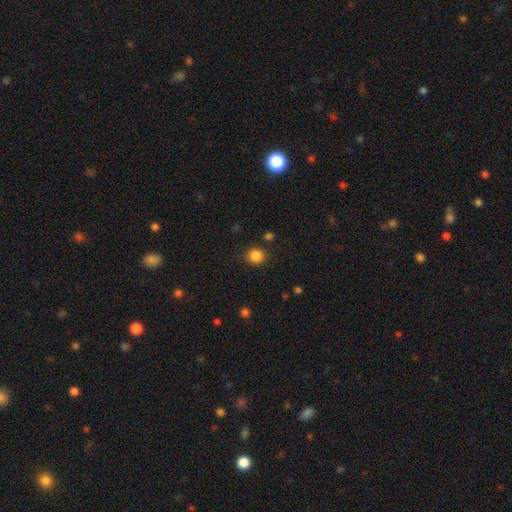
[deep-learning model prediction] smooth 86%, star or artifact 11%, featured or disk 3%. Down the decision tree: how rounded — round (85%); merging — none (87%).